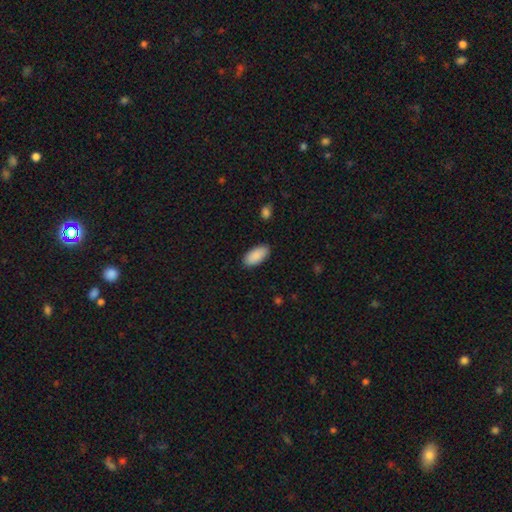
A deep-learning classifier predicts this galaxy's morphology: type=smooth (90%); roundness=in between (93%); merging=none (87%).